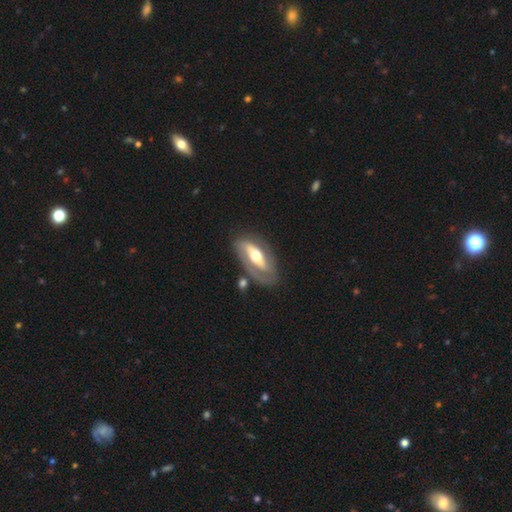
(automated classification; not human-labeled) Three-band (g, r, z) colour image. It shows a featured or disk galaxy (70%) with a strong bar (45%), spiral arms (64%) and a moderate central bulge (66%). Merging: none (62%).